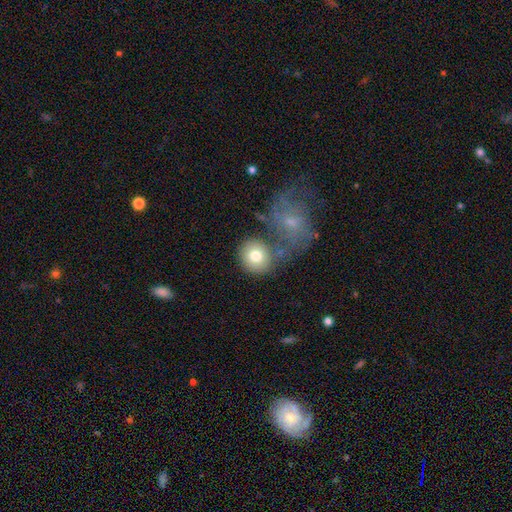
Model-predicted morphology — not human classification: smooth 79%, featured or disk 14%, star or artifact 8%. Down the decision tree: how rounded — round (85%); merging — none (62%).